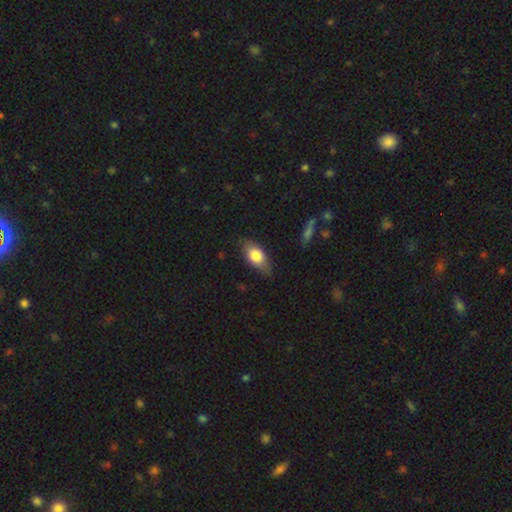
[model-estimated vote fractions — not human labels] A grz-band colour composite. It shows a smooth galaxy with no disk features (78%) that is in between round and cigar-shaped (87%). Merging: none (74%).